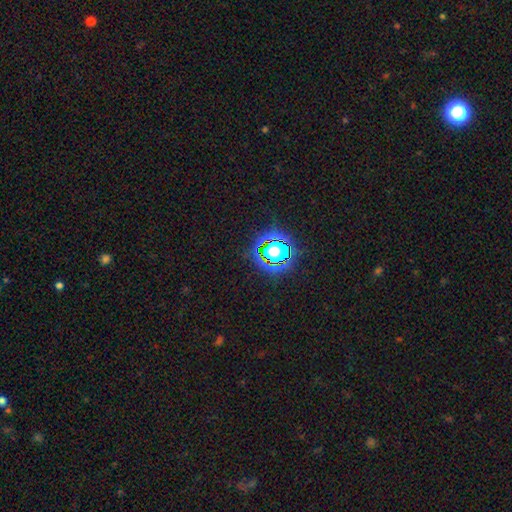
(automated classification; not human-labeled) The model was most divided on "smooth or featured": star or artifact: 82%, smooth: 12%, featured or disk: 7%.